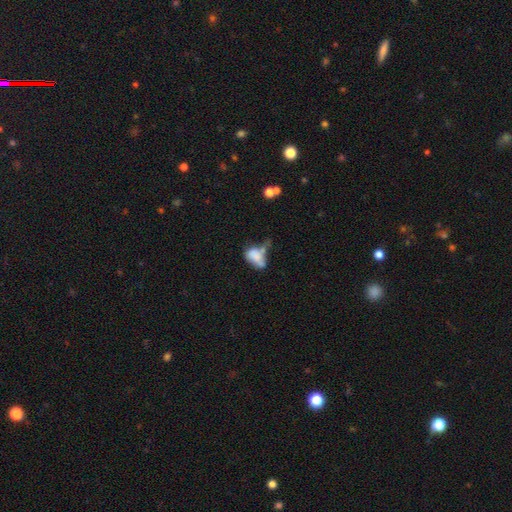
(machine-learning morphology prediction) Smooth or featured? Predicted: smooth (p=0.65). How rounded? Predicted: in between (p=0.85). Merging? Predicted: merger (p=0.30).